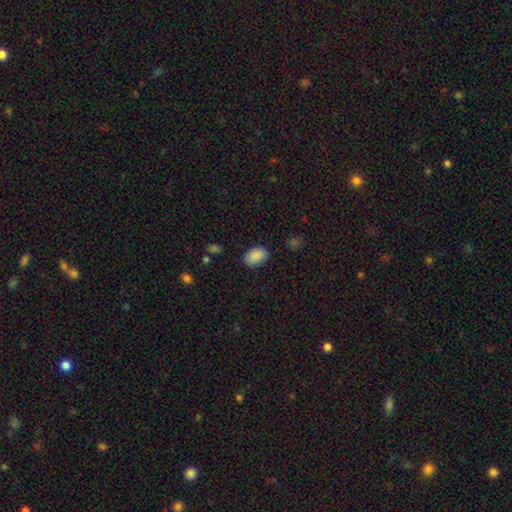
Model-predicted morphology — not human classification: The model was most divided on "merging": none: 83%, minor disturbance: 13%, major disturbance: 3%, merger: 1%. More confident: smooth or featured — smooth (89%); how rounded — in between (87%).